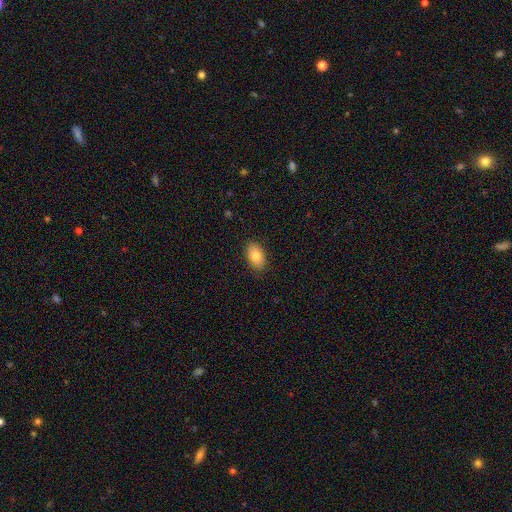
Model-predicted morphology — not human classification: smooth-or-featured: smooth: 83% | featured or disk: 10% | star or artifact: 8%
  how-rounded: in between: 91% | round: 7% | cigar-shaped: 2%
  merging: none: 86% | minor disturbance: 10% | major disturbance: 2% | merger: 1%